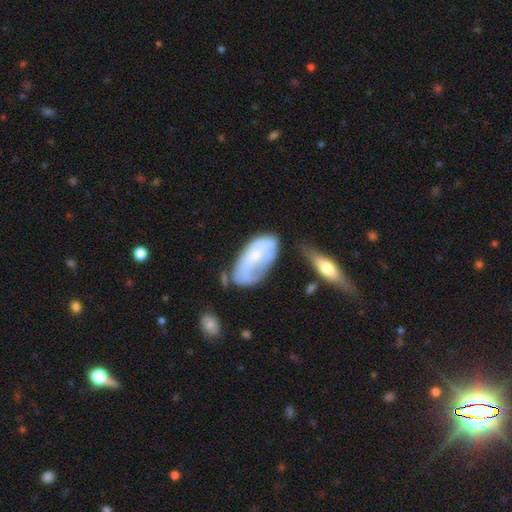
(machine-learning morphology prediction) smooth_or_featured: featured or disk (p=0.50) [alt: smooth p=0.43]
merging: none (p=0.35) [alt: minor disturbance p=0.31]